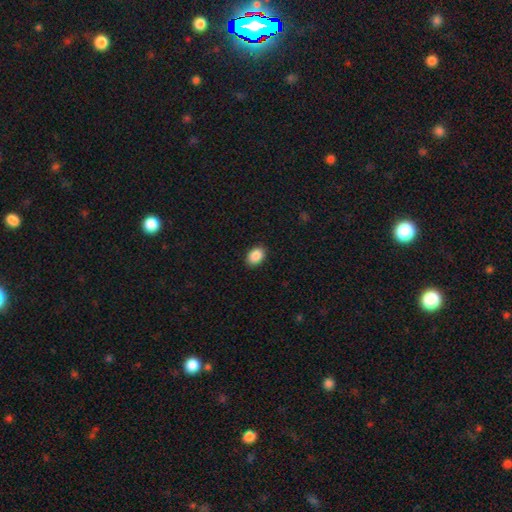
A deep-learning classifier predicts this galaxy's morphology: Smooth or featured: smooth — 89% (star or artifact — 8%)
How rounded: in between — 73% (round — 26%)
Merging: none — 90% (minor disturbance — 7%)